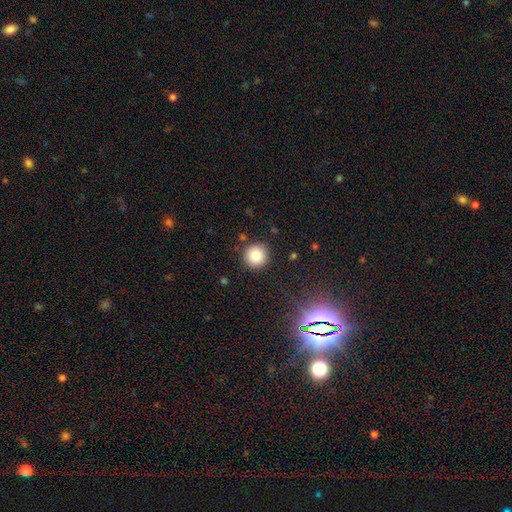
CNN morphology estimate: A smooth galaxy with no disk features (82%) that is round (94%).

Vote fractions:
- Smooth or featured? smooth: 82% / star or artifact: 11% / featured or disk: 7%
- How rounded? round: 94% / in between: 5% / cigar-shaped: 1%
- Merging? none: 89% / minor disturbance: 7% / major disturbance: 2% / merger: 2%